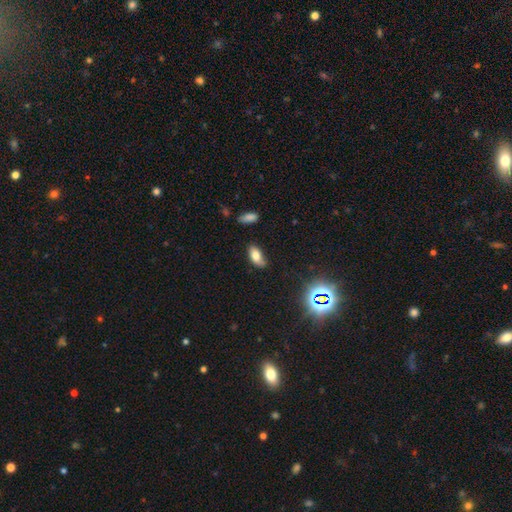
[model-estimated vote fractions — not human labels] smooth_or_featured: smooth (p=0.74) [alt: featured or disk p=0.14]
how_rounded: in between (p=0.90) [alt: cigar-shaped p=0.06]
merging: none (p=0.66) [alt: minor disturbance p=0.25]